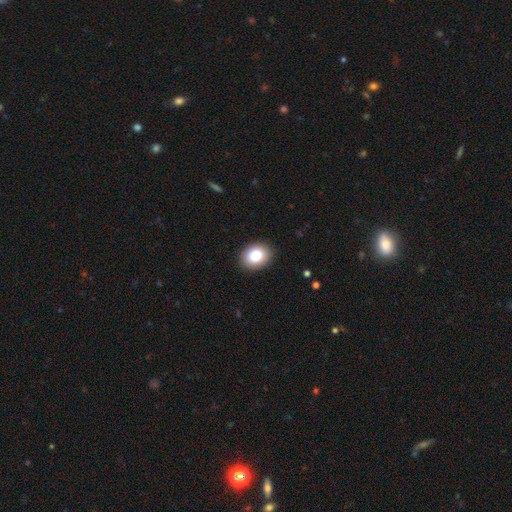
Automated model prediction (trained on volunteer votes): A smooth galaxy with no disk features (84%) that is in between round and cigar-shaped (58%).

Vote fractions:
- Smooth or featured? smooth: 84% / star or artifact: 8% / featured or disk: 8%
- How rounded? in between: 58% / round: 41% / cigar-shaped: 1%
- Merging? none: 90% / minor disturbance: 7% / major disturbance: 2% / merger: 1%